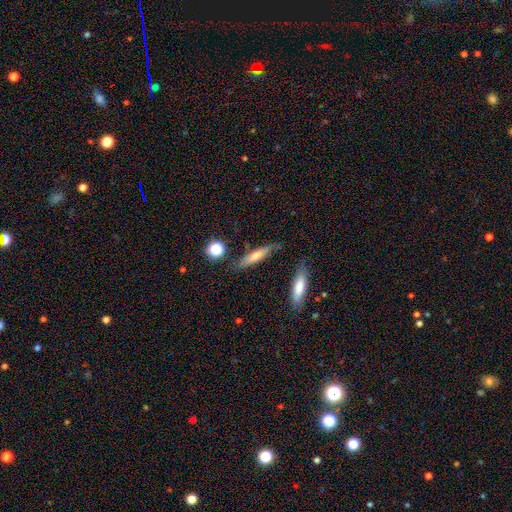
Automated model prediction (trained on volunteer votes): Smooth or featured?
  - smooth: 60% *
  - featured or disk: 32%
  - star or artifact: 8%
How rounded?
  - cigar-shaped: 82% *
  - in between: 16%
  - round: 3%
Merging?
  - none: 79% *
  - minor disturbance: 14%
  - merger: 4%
  - major disturbance: 3%